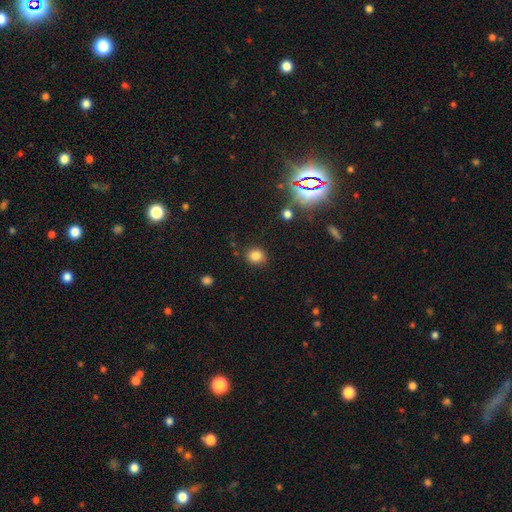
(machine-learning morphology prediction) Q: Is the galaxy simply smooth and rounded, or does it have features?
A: smooth — 81%.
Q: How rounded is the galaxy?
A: round — 77%.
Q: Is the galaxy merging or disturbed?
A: none — 87%.